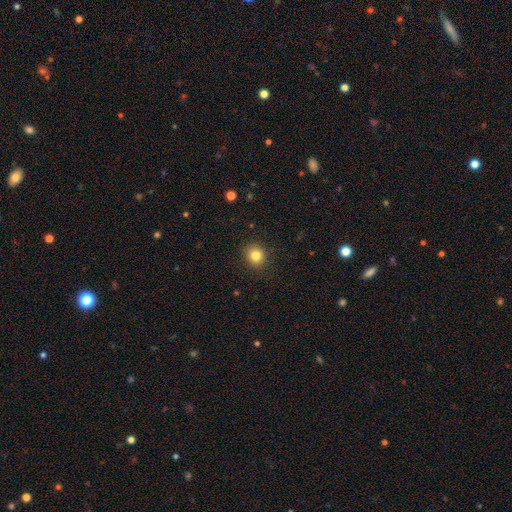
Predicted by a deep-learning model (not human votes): This is clearly a smooth galaxy (83%). How rounded: clearly round (84%). Merging: clearly none (90%).